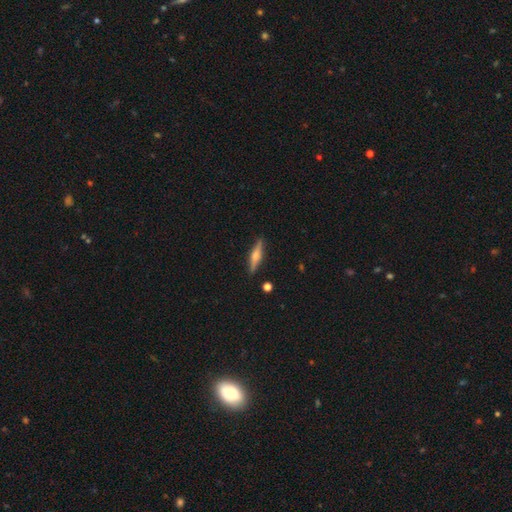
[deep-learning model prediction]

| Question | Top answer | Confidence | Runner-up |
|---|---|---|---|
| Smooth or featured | featured or disk | 63% | smooth (31%) |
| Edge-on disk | yes | 97% | no (3%) |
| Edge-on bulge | rounded | 86% | boxy (9%) |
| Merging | none | 89% | minor disturbance (8%) |